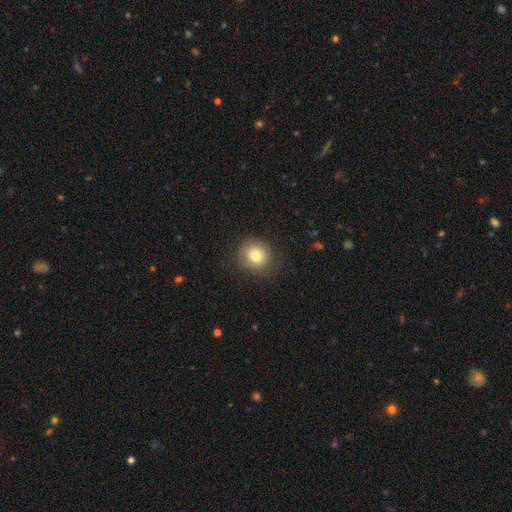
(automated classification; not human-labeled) Smooth or featured: smooth — 79% (featured or disk — 11%)
How rounded: round — 87% (in between — 12%)
Merging: none — 83% (minor disturbance — 12%)